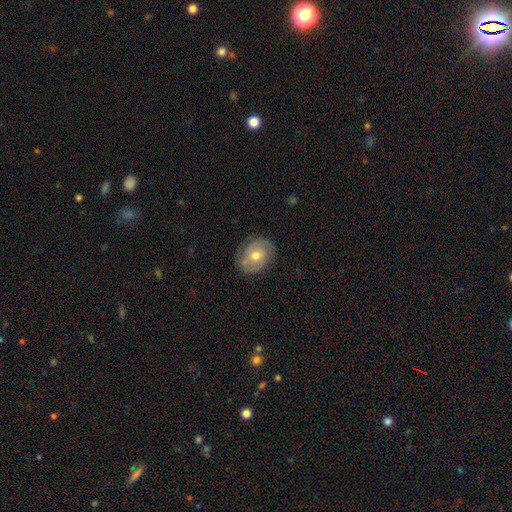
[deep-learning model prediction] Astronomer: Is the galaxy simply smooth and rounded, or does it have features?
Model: featured or disk — 54% (runner-up: smooth, 38%).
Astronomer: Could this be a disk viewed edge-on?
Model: no — 96%.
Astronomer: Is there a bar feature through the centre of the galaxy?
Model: no — 73%.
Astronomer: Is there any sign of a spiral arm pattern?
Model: yes — 72%.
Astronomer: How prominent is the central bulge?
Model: moderate — 74%.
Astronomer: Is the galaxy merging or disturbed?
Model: none — 81%.